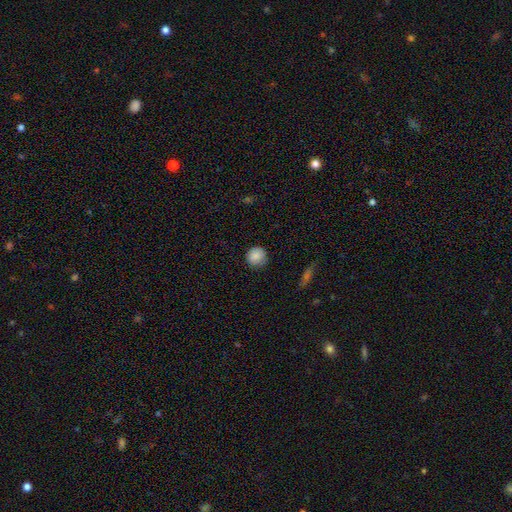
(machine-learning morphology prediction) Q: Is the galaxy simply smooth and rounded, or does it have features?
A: smooth — 87%.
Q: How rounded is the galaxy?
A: round — 90%.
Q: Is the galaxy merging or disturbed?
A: none — 82%.